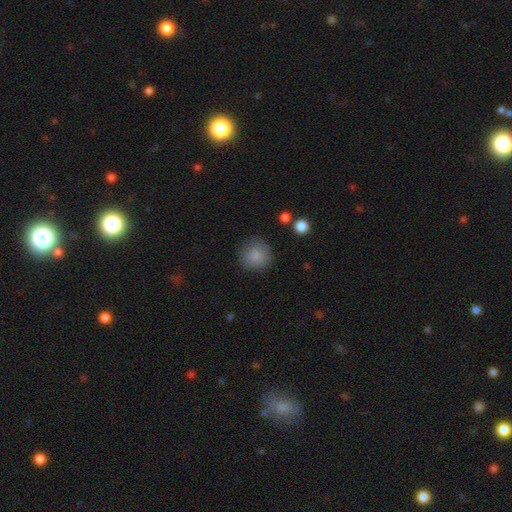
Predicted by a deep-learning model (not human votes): Smooth or featured?
  - smooth: 86% *
  - star or artifact: 8%
  - featured or disk: 6%
How rounded?
  - round: 92% *
  - in between: 7%
  - cigar-shaped: 1%
Merging?
  - none: 82% *
  - minor disturbance: 13%
  - major disturbance: 4%
  - merger: 2%